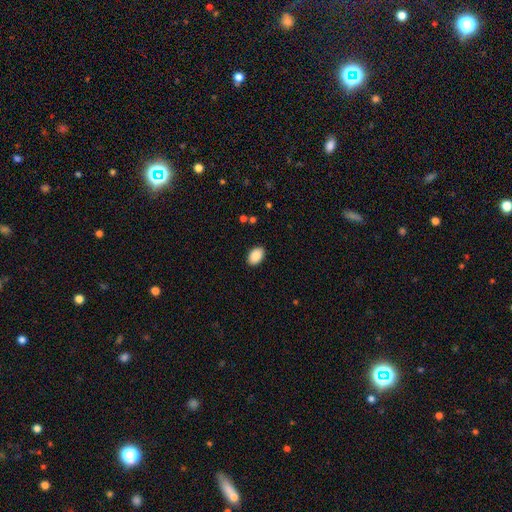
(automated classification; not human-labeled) A smooth galaxy with no disk features (89%) that is in between round and cigar-shaped (88%).

Vote fractions:
- Smooth or featured? smooth: 89% / star or artifact: 7% / featured or disk: 4%
- How rounded? in between: 88% / round: 11% / cigar-shaped: 1%
- Merging? none: 89% / minor disturbance: 8% / major disturbance: 2% / merger: 1%